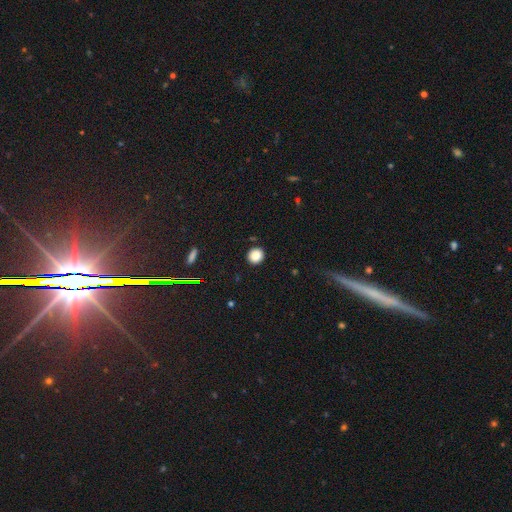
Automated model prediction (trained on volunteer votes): smooth_or_featured: smooth (p=0.86) [alt: star or artifact p=0.11]
how_rounded: round (p=0.89) [alt: in between p=0.10]
merging: none (p=0.90) [alt: minor disturbance p=0.06]